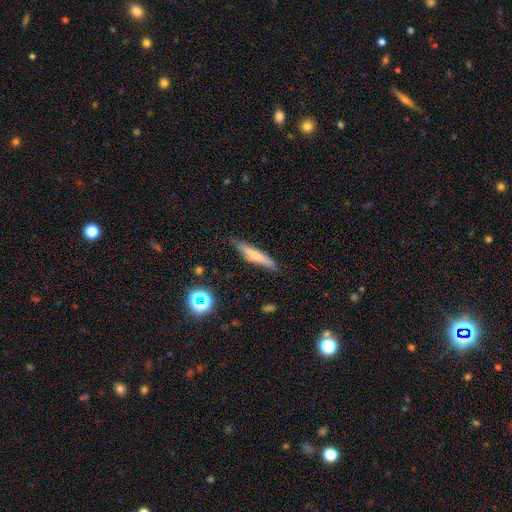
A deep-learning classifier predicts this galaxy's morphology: Smooth or featured: smooth — 58% (featured or disk — 33%)
How rounded: cigar-shaped — 88% (in between — 10%)
Merging: none — 77% (minor disturbance — 18%)